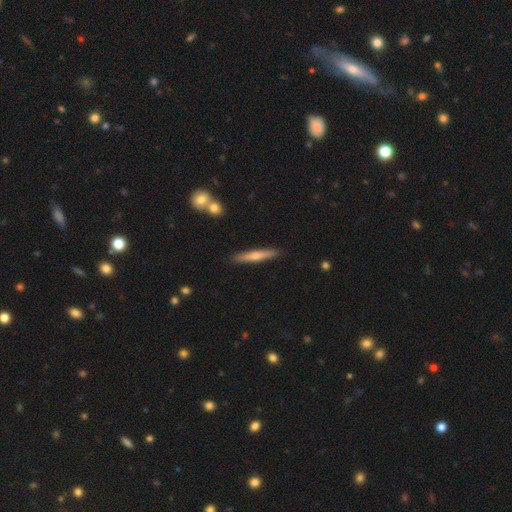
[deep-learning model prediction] Smooth or featured? smooth (56%)
How rounded? cigar-shaped (92%)
Merging? none (90%)